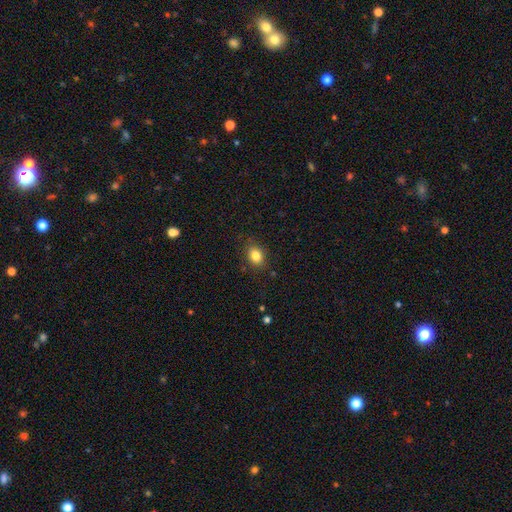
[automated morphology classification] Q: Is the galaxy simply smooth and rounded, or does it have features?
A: smooth — 83%.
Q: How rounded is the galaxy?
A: in between — 62%.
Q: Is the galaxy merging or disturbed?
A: none — 84%.